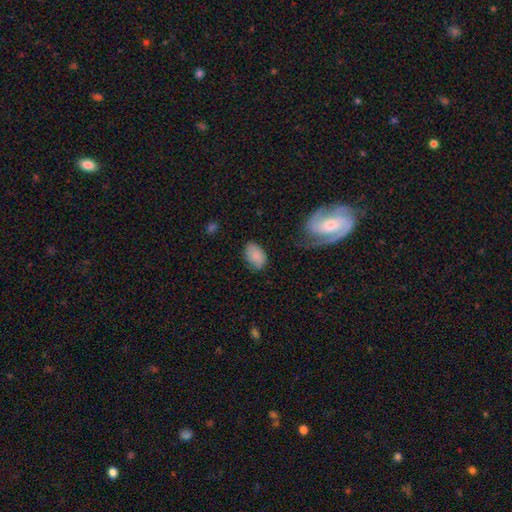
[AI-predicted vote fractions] Q: Smooth or featured?
A: smooth (81%); runner-up: featured or disk (11%)
Q: How rounded?
A: in between (88%); runner-up: round (10%)
Q: Merging?
A: none (69%); runner-up: minor disturbance (21%)